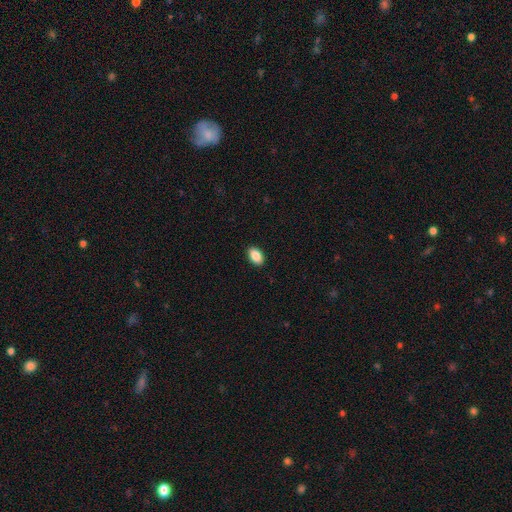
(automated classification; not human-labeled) smooth 89%, star or artifact 7%, featured or disk 4%. Down the decision tree: how rounded — in between (92%); merging — none (91%).